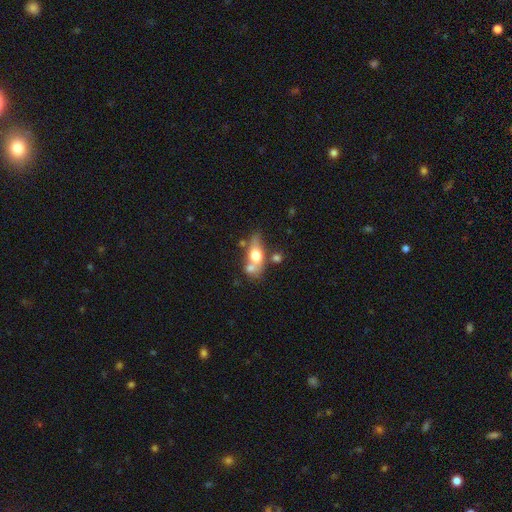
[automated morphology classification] Smooth or featured? smooth (58%)
How rounded? in between (65%)
Merging? merger (40%)